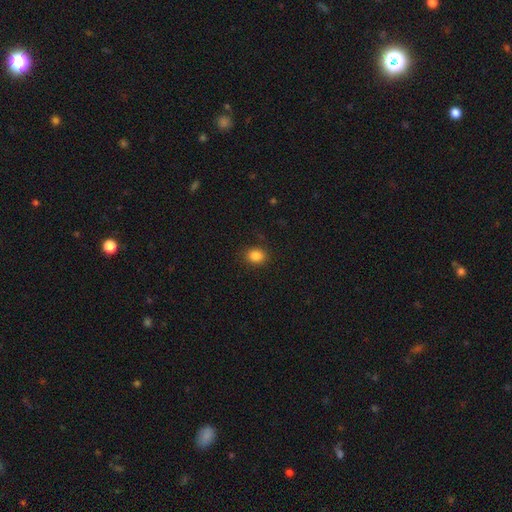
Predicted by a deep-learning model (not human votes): Overall: smooth (85%). How rounded: round (55%; in between 44%). Merging: none (87%).